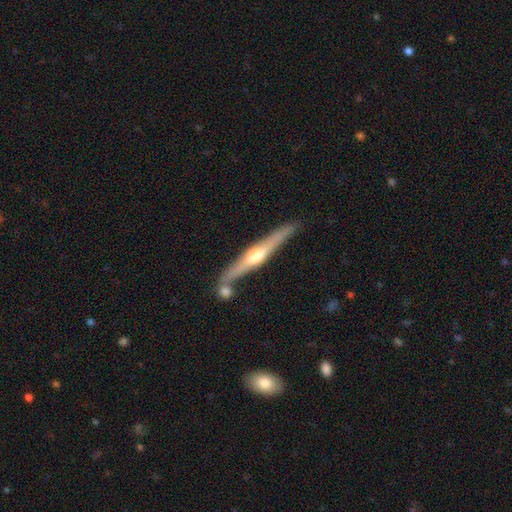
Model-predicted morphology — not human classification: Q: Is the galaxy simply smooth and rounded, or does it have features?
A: featured or disk — 75%.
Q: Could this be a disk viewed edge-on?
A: yes — 97%.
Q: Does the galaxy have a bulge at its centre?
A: rounded — 90%.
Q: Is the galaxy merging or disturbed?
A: none — 73%.